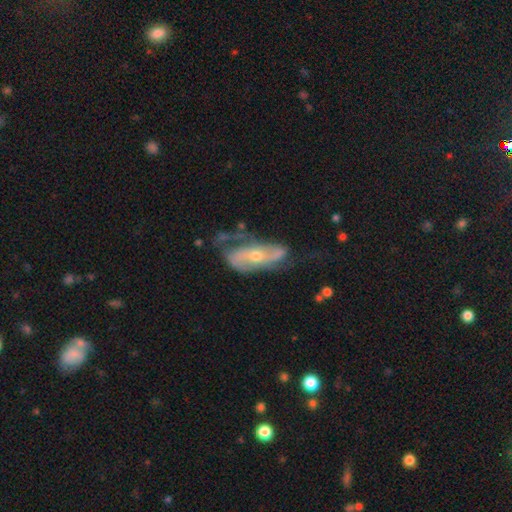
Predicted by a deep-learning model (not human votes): Smooth or featured? Predicted: featured or disk (p=0.76). Edge-on disk? Predicted: no (p=0.88). Bar? Predicted: no (p=0.53). Spiral arms? Predicted: yes (p=0.83). Spiral winding? Predicted: loose (p=0.43). Spiral arm count? Predicted: 2 (p=0.75). Bulge size? Predicted: moderate (p=0.51). Merging? Predicted: none (p=0.43).